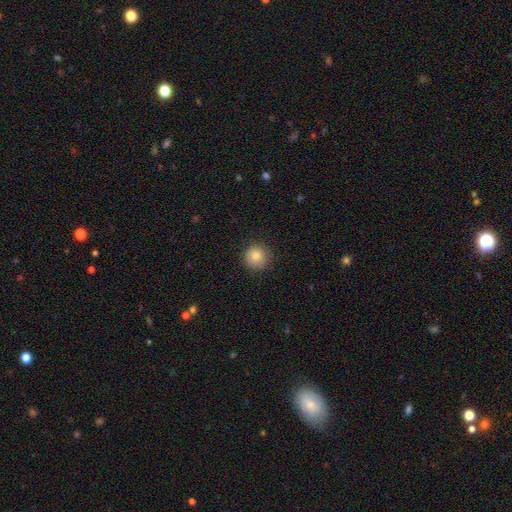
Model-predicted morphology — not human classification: This is clearly a smooth galaxy (81%). How rounded: clearly round (95%). Merging: clearly none (87%).